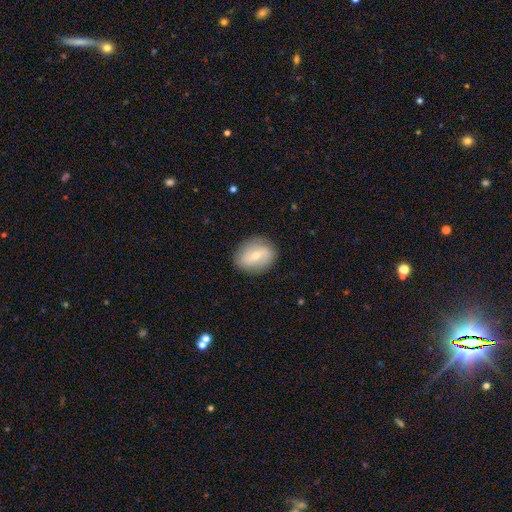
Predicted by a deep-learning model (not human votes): This appears to be a featured or disk galaxy (48%). Merging: none (84%).